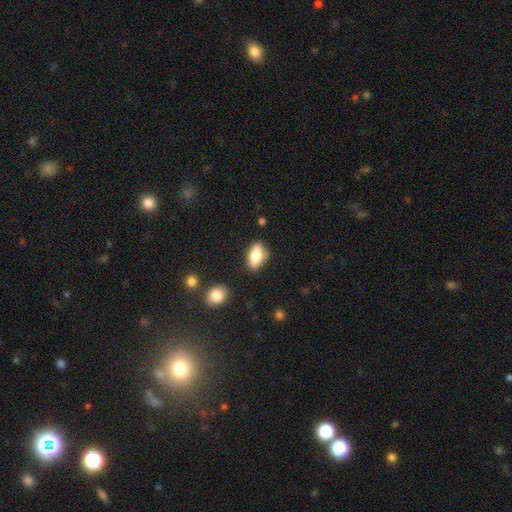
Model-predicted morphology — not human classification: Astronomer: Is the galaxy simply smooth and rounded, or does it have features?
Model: smooth — 80%.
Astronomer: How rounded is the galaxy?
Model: in between — 88%.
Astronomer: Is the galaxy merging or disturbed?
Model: none — 78%.